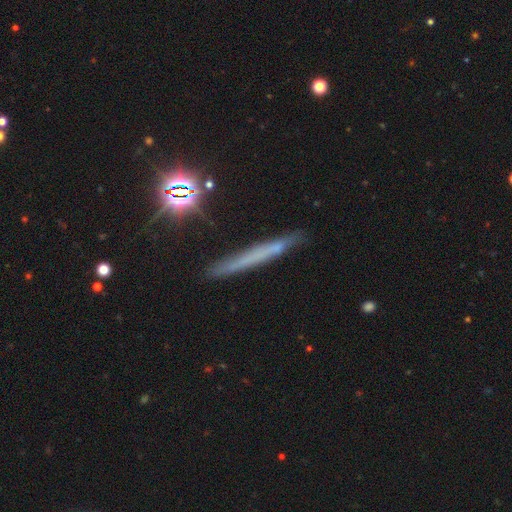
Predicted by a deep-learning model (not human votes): Smooth or featured: smooth — 43% (featured or disk — 42%)
Merging: none — 83% (minor disturbance — 13%)